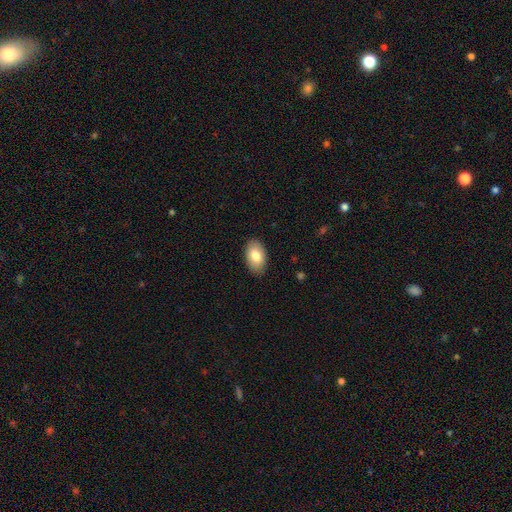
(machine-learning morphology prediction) The model was most divided on "smooth or featured": smooth: 81%, featured or disk: 13%, star or artifact: 7%. More confident: how rounded — in between (93%); merging — none (88%).